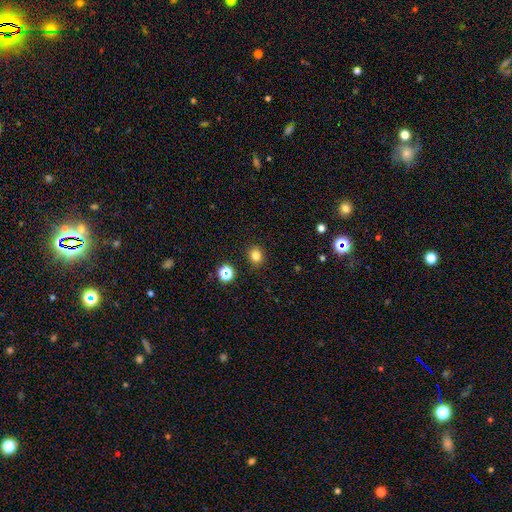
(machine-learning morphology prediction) Q: Smooth or featured?
A: smooth (79%); runner-up: star or artifact (15%)
Q: How rounded?
A: round (73%); runner-up: in between (26%)
Q: Merging?
A: none (89%); runner-up: minor disturbance (7%)